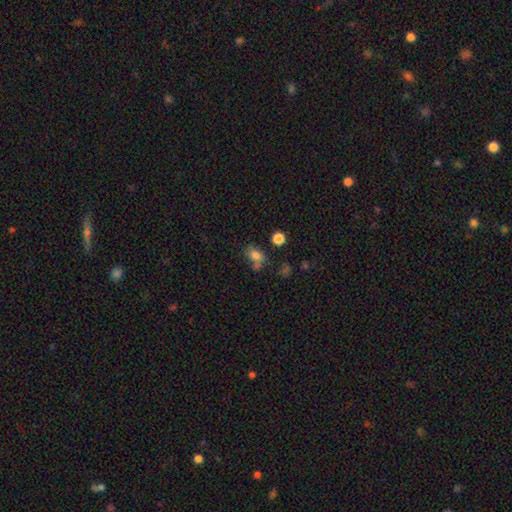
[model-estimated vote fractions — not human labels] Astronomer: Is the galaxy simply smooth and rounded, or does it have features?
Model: smooth — 76%.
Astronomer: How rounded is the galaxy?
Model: in between — 64%.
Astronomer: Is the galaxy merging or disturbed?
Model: none — 50%.